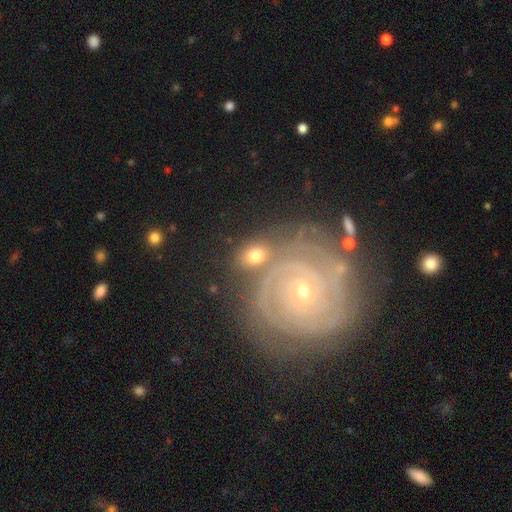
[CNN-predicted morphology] Smooth or featured? featured or disk (48%)
Merging? none (61%)